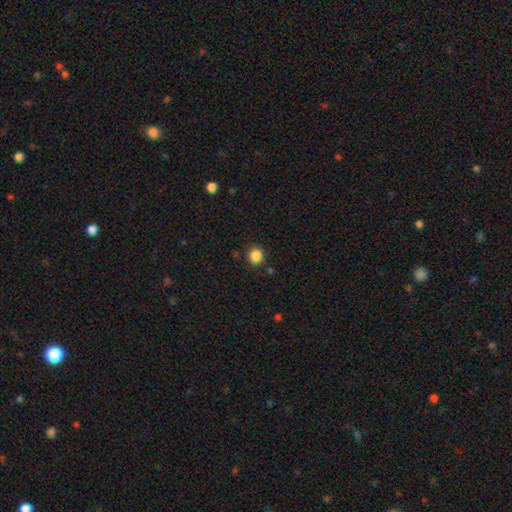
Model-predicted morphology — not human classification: This is clearly a smooth galaxy (86%). How rounded: clearly round (89%). Merging: clearly none (88%).